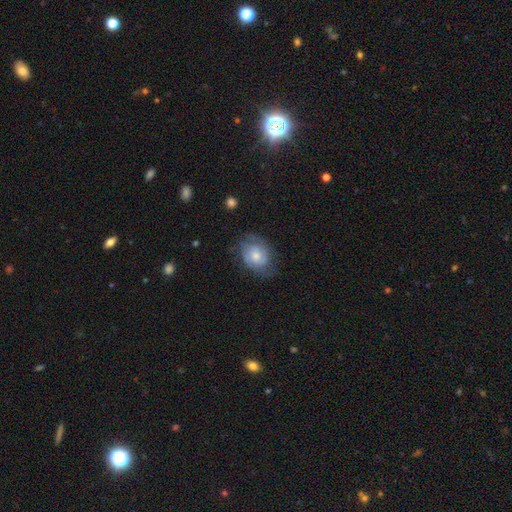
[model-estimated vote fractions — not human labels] A featured or disk galaxy (51%).

Vote fractions:
- Smooth or featured? featured or disk: 51% / smooth: 42% / star or artifact: 7%
- Edge-on disk? no: 96% / yes: 4%
- Merging? none: 60% / minor disturbance: 27% / major disturbance: 12% / merger: 1%